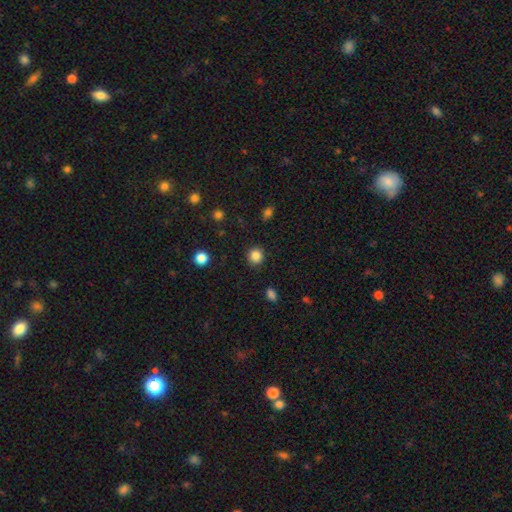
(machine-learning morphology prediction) type=smooth (85%); roundness=round (89%); merging=none (89%).